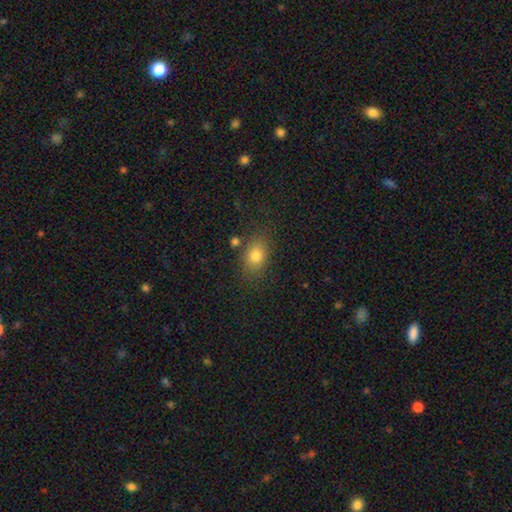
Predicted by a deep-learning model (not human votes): Smooth or featured: smooth — 79% (star or artifact — 11%)
How rounded: in between — 71% (round — 27%)
Merging: none — 77% (minor disturbance — 13%)